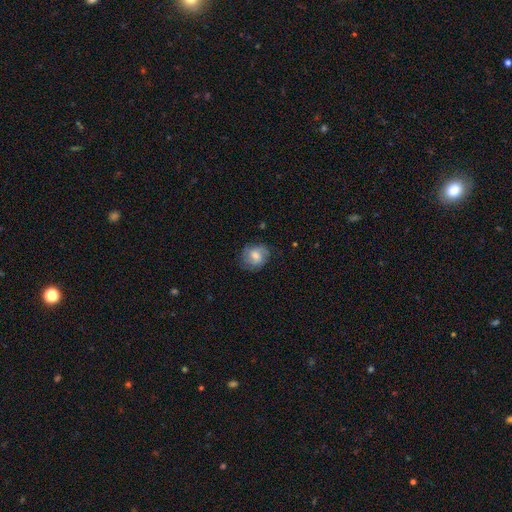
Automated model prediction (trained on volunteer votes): Q: Smooth or featured?
A: smooth (61%); runner-up: featured or disk (31%)
Q: How rounded?
A: round (67%); runner-up: in between (32%)
Q: Merging?
A: none (70%); runner-up: minor disturbance (21%)